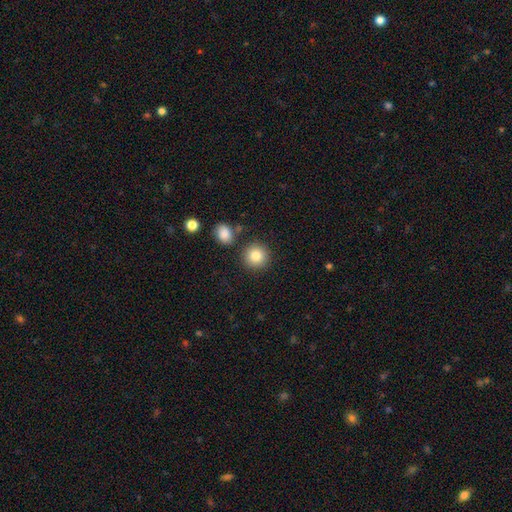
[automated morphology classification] smooth-or-featured: smooth: 85% | star or artifact: 9% | featured or disk: 6%
  how-rounded: round: 92% | in between: 7% | cigar-shaped: 1%
  merging: none: 85% | minor disturbance: 7% | merger: 6% | major disturbance: 3%